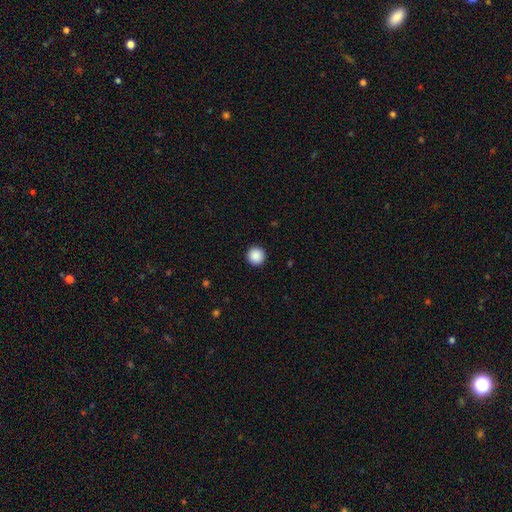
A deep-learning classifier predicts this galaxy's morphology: Smooth or featured?
  - smooth: 89% *
  - star or artifact: 9%
  - featured or disk: 2%
How rounded?
  - round: 96% *
  - in between: 3%
  - cigar-shaped: 1%
Merging?
  - none: 93% *
  - minor disturbance: 4%
  - major disturbance: 2%
  - merger: 1%